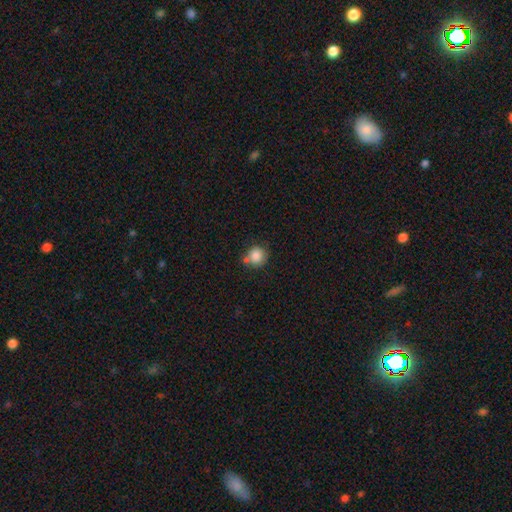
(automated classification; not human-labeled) This appears to be a smooth galaxy with no disk features (85%) that is round (86%). Merging: none (61%).